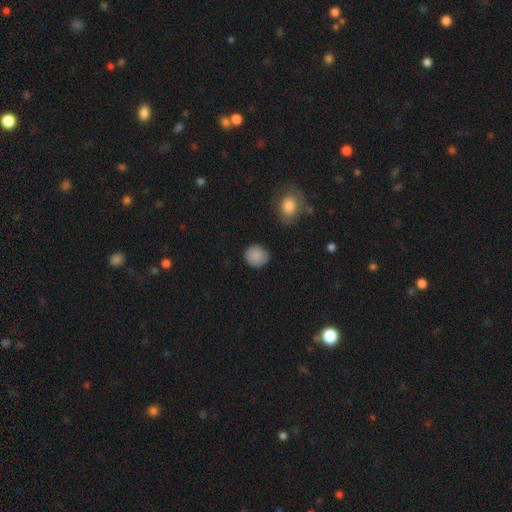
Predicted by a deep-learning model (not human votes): A smooth galaxy with no disk features (88%) that is round (82%).

Vote fractions:
- Smooth or featured? smooth: 88% / star or artifact: 8% / featured or disk: 4%
- How rounded? round: 82% / in between: 17% / cigar-shaped: 1%
- Merging? none: 83% / minor disturbance: 13% / major disturbance: 3% / merger: 2%